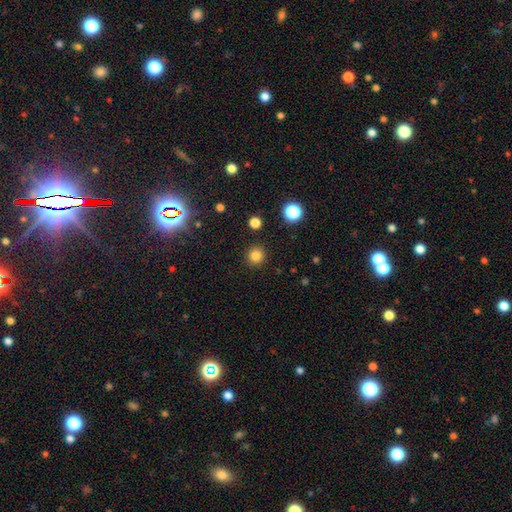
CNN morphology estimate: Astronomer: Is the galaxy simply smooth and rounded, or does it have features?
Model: smooth — 83%.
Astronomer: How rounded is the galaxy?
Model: round — 93%.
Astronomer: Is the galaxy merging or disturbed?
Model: none — 91%.